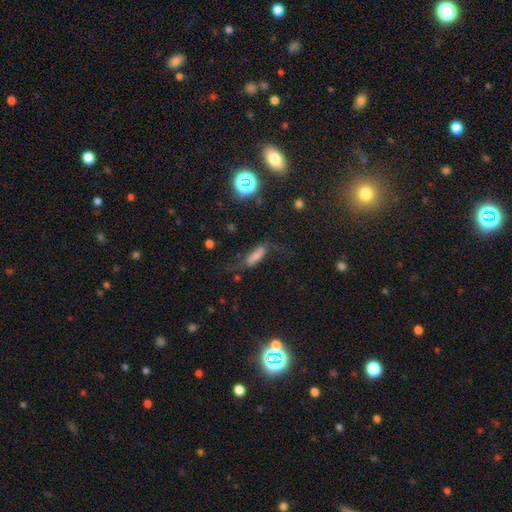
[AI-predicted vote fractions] The model was most divided on "how rounded": in between: 51%, cigar-shaped: 44%, round: 4%. Remaining: smooth or featured — smooth (55%); merging — none (45%).